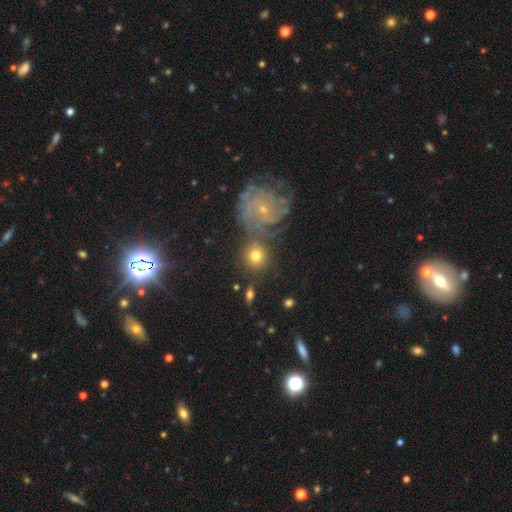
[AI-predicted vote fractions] A smooth galaxy with no disk features (66%) that is round (89%).

Vote fractions:
- Smooth or featured? smooth: 66% / featured or disk: 24% / star or artifact: 10%
- How rounded? round: 89% / in between: 10% / cigar-shaped: 1%
- Merging? none: 67% / merger: 16% / minor disturbance: 11% / major disturbance: 6%